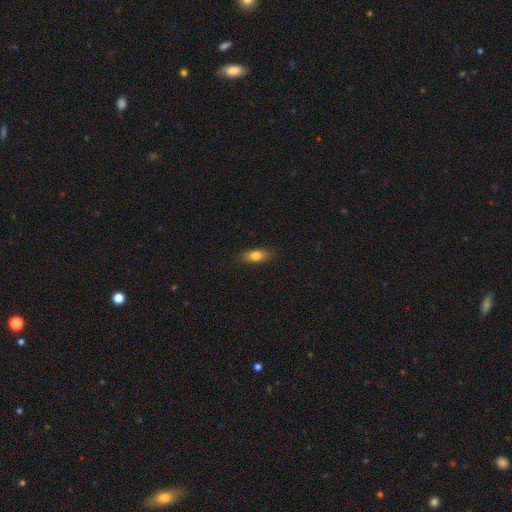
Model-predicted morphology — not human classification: The model was most divided on "smooth or featured": smooth: 78%, featured or disk: 14%, star or artifact: 8%. More confident: merging — none (85%); how rounded — in between (79%).